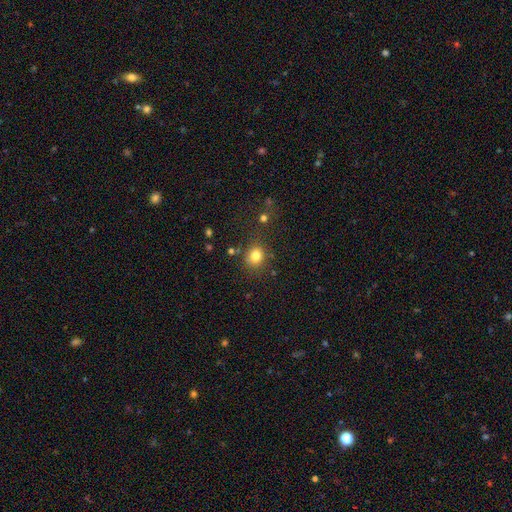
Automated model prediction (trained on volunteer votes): Morphology: type=smooth (80%); roundness=round (78%); merging=none (77%).